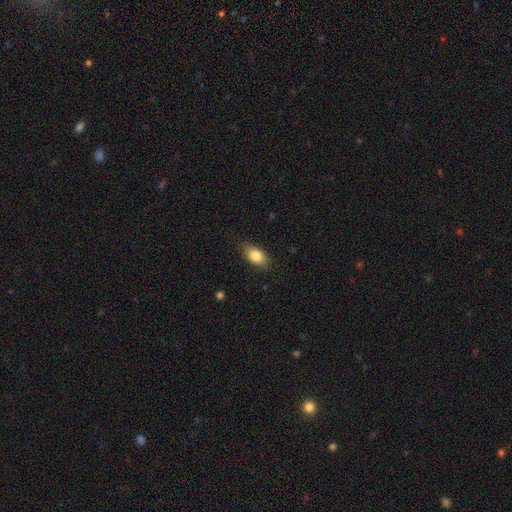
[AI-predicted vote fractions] Smooth or featured?
  - smooth: 84% *
  - featured or disk: 9%
  - star or artifact: 7%
How rounded?
  - in between: 89% *
  - round: 7%
  - cigar-shaped: 4%
Merging?
  - none: 84% *
  - minor disturbance: 13%
  - major disturbance: 3%
  - merger: 1%